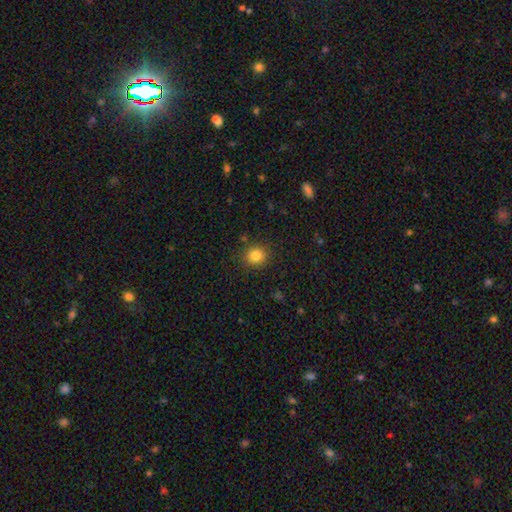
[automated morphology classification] smooth_or_featured: smooth (p=0.84) [alt: star or artifact p=0.11]
how_rounded: round (p=0.88) [alt: in between p=0.11]
merging: none (p=0.88) [alt: minor disturbance p=0.08]